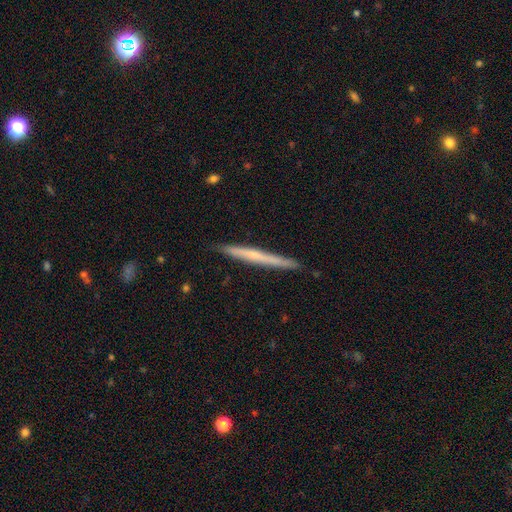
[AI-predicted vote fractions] featured or disk 51%, smooth 43%, star or artifact 6%. Down the decision tree: edge-on disk — yes (97%); merging — none (90%).